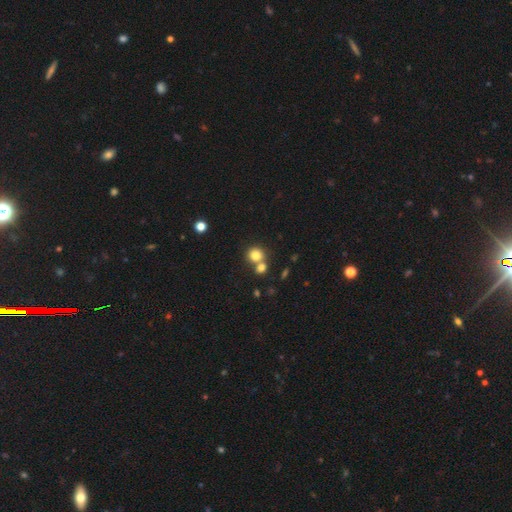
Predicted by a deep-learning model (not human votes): This appears to be a smooth galaxy with no disk features (80%) that is round (84%). Merging: none (52%).